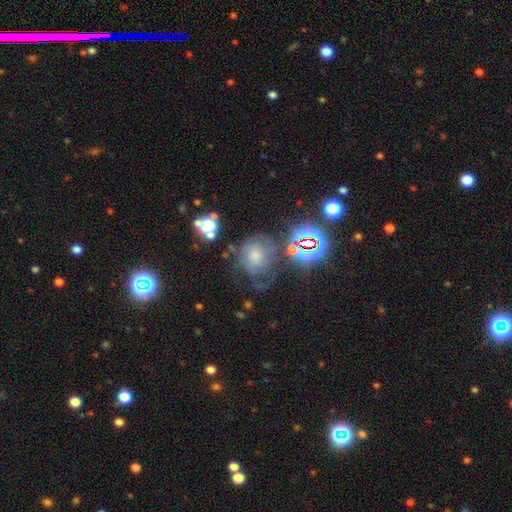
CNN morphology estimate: A smooth galaxy with no disk features (47%).

Vote fractions:
- Smooth or featured? smooth: 47% / featured or disk: 30% / star or artifact: 23%
- Merging? none: 43% / minor disturbance: 25% / major disturbance: 24% / merger: 8%